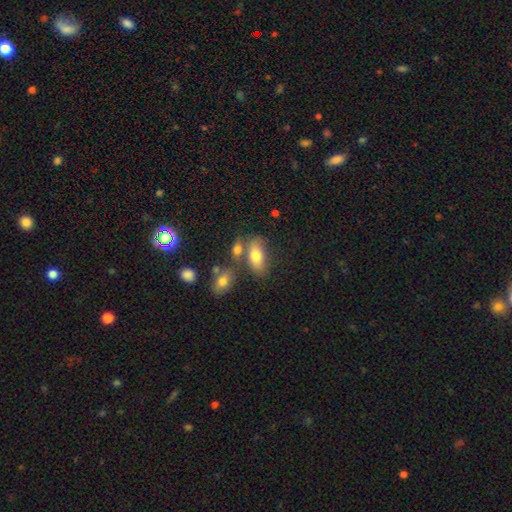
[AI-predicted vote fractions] A smooth galaxy with no disk features (75%) that is in between round and cigar-shaped (88%). Merging: none (51%).